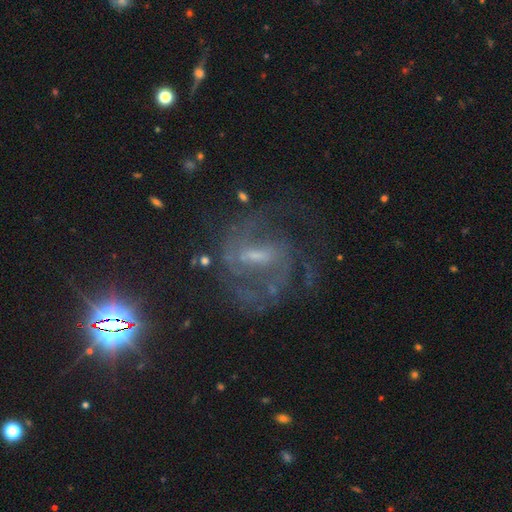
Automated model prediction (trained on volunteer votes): This is likely a featured or disk galaxy (80%). It is clearly not viewed edge-on (96%). Bar: possibly weak (50%). Spiral arm pattern: clearly yes (92%). Spiral arm count: likely 2 (62%). Spiral winding: possibly medium (52%). Central bulge: possibly small (48%). Merging: likely none (62%).